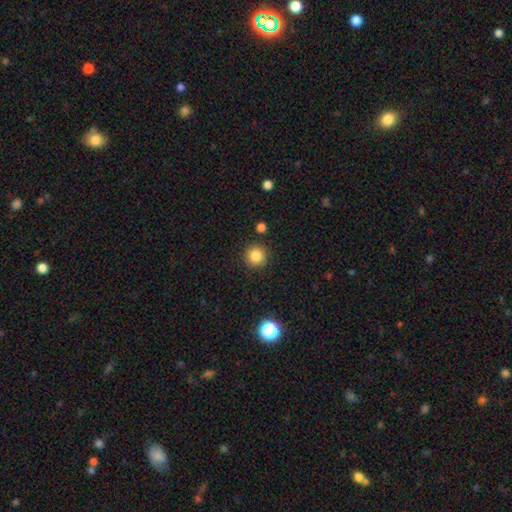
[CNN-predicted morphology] This is clearly a smooth galaxy (84%). How rounded: clearly round (94%). Merging: clearly none (90%).